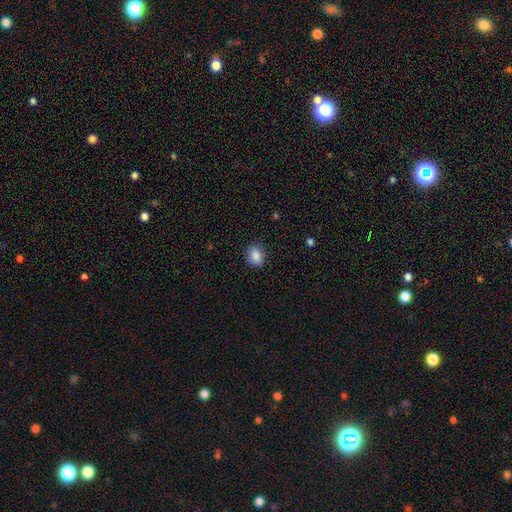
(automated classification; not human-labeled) Q: Smooth or featured?
A: smooth (87%); runner-up: star or artifact (9%)
Q: How rounded?
A: in between (58%); runner-up: round (41%)
Q: Merging?
A: none (87%); runner-up: minor disturbance (10%)